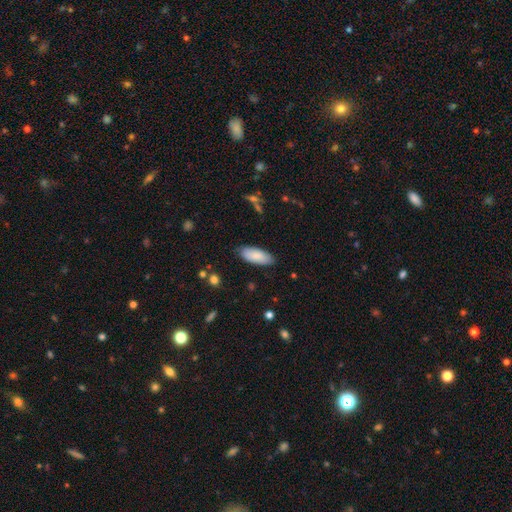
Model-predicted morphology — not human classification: type=smooth (85%); roundness=in between (84%); merging=none (84%).